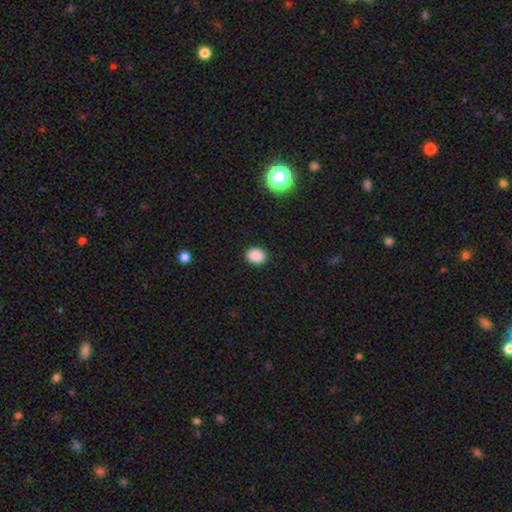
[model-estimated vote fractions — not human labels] Smooth or featured? smooth (88%)
How rounded? in between (52%)
Merging? none (90%)